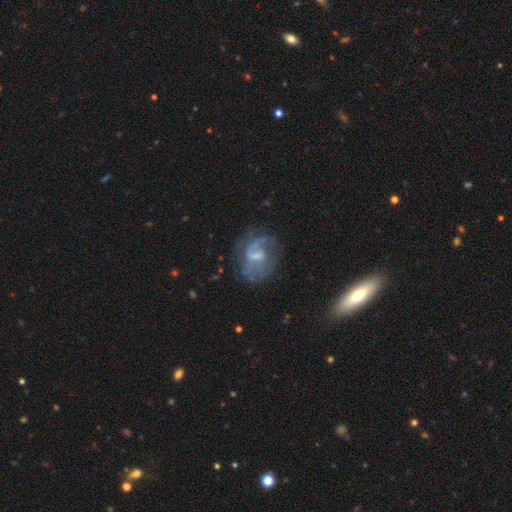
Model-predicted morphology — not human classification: This appears to be a featured or disk galaxy (70%) with a weak bar (53%), spiral arms (74%) and a small central bulge (35%). Merging: none (53%).